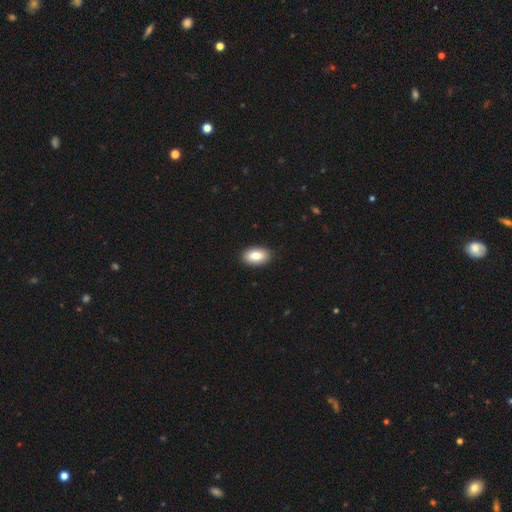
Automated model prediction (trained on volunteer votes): smooth_or_featured: smooth (p=0.85) [alt: featured or disk p=0.08]
how_rounded: in between (p=0.93) [alt: round p=0.05]
merging: none (p=0.90) [alt: minor disturbance p=0.07]